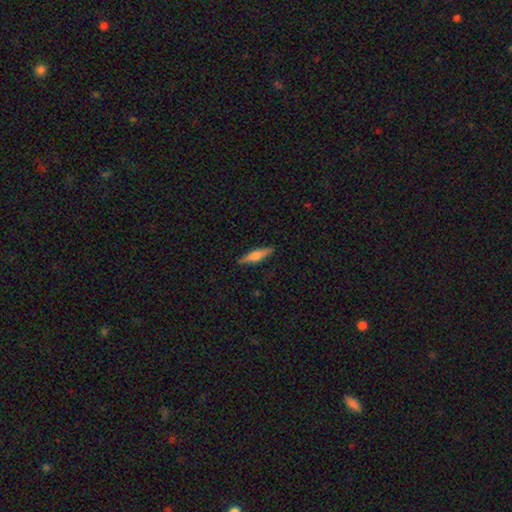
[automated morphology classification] Smooth or featured? smooth (52%)
How rounded? cigar-shaped (77%)
Merging? none (89%)